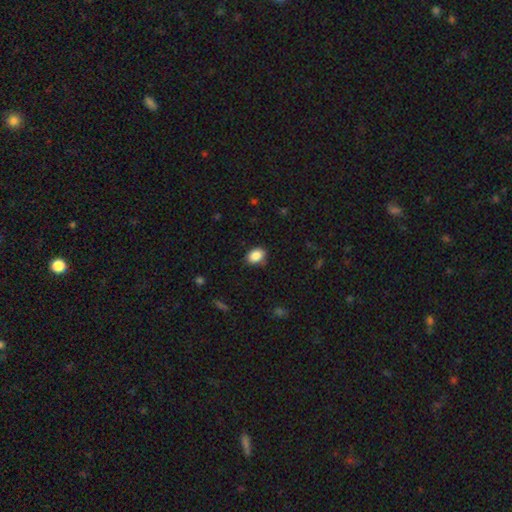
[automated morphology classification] This is clearly a smooth galaxy (88%). How rounded: likely in between (75%). Merging: clearly none (83%).